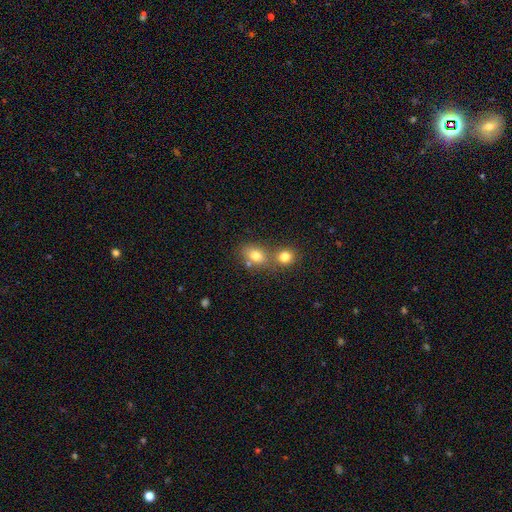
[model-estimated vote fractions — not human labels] The model was most divided on "merging": none: 44%, merger: 42%, minor disturbance: 10%, major disturbance: 4%. More confident: smooth or featured — smooth (78%); how rounded — in between (66%).